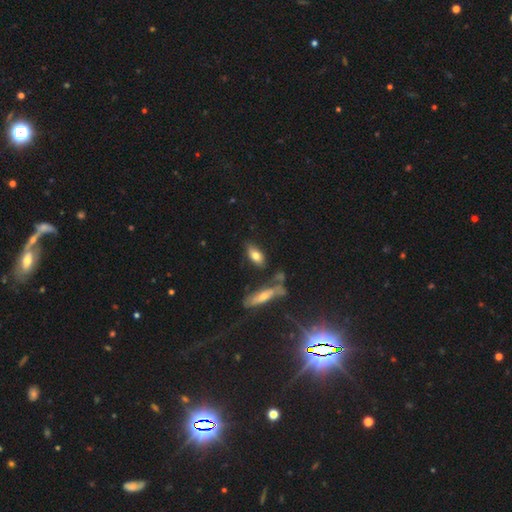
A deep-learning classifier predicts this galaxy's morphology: smooth-or-featured: smooth: 70% | featured or disk: 23% | star or artifact: 8%
  how-rounded: in between: 78% | cigar-shaped: 18% | round: 4%
  merging: none: 69% | minor disturbance: 16% | merger: 10% | major disturbance: 5%